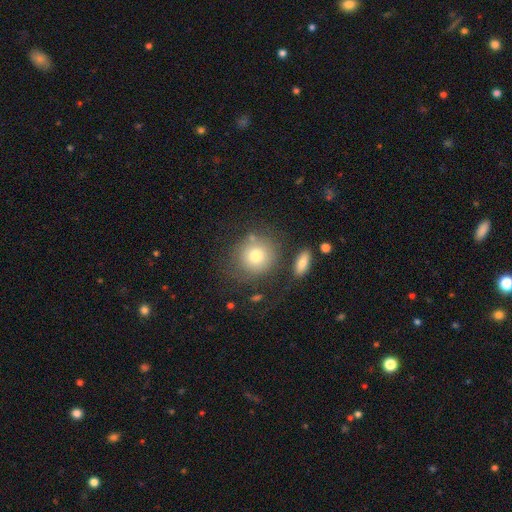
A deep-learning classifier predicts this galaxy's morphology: Smooth or featured? Predicted: smooth (p=0.75). How rounded? Predicted: round (p=0.88). Merging? Predicted: none (p=0.70).